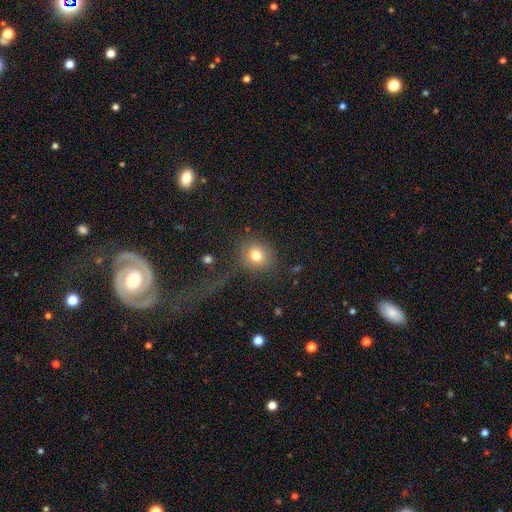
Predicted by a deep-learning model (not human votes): Morphology: type=smooth (78%); roundness=round (73%); merging=none (67%).